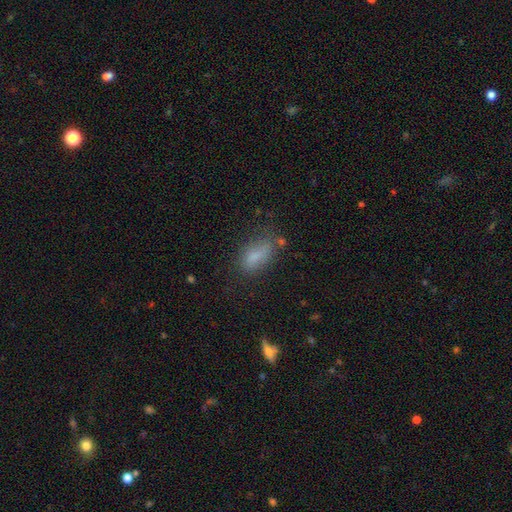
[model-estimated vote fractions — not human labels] Overall: smooth (77%). How rounded: in between (80%). Merging: none (58%; minor disturbance 24%).